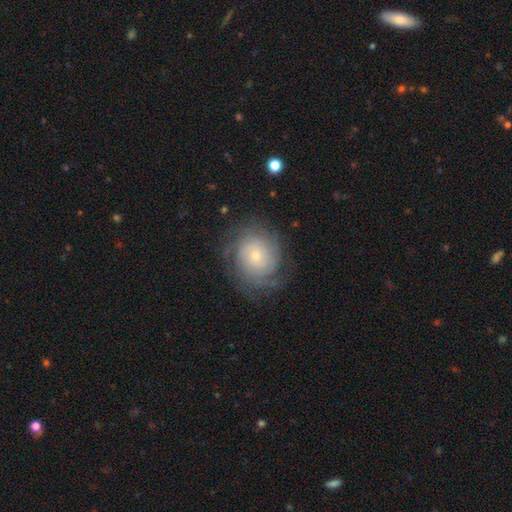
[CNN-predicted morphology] Q: Smooth or featured?
A: featured or disk (65%); runner-up: smooth (26%)
Q: Edge-on disk?
A: no (97%); runner-up: yes (3%)
Q: Bar?
A: no (83%); runner-up: weak (14%)
Q: Spiral arms?
A: yes (87%); runner-up: no (13%)
Q: Spiral winding?
A: tight (70%); runner-up: medium (22%)
Q: Spiral arm count?
A: can't tell (51%); runner-up: 2 (15%)
Q: Bulge size?
A: small (72%); runner-up: moderate (23%)
Q: Merging?
A: none (73%); runner-up: minor disturbance (16%)